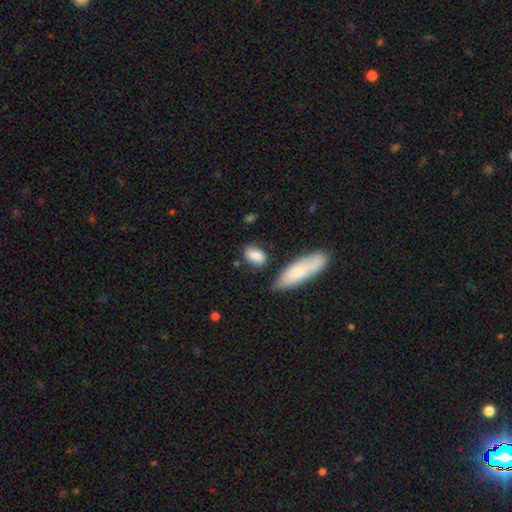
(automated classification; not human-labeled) A smooth galaxy with no disk features (82%) that is in between round and cigar-shaped (84%).

Vote fractions:
- Smooth or featured? smooth: 82% / featured or disk: 11% / star or artifact: 7%
- How rounded? in between: 84% / round: 10% / cigar-shaped: 6%
- Merging? none: 69% / minor disturbance: 18% / merger: 8% / major disturbance: 5%